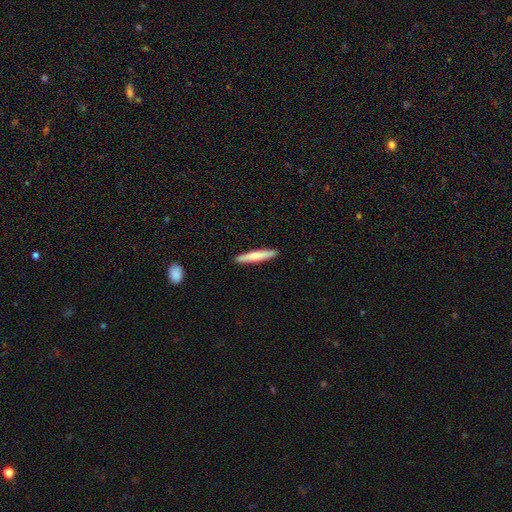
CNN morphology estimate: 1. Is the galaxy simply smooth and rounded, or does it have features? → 72% smooth, 23% featured or disk, 5% star or artifact.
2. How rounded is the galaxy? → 93% cigar-shaped, 5% in between, 1% round.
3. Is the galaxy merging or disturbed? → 92% none, 6% minor disturbance, 1% major disturbance, 1% merger.